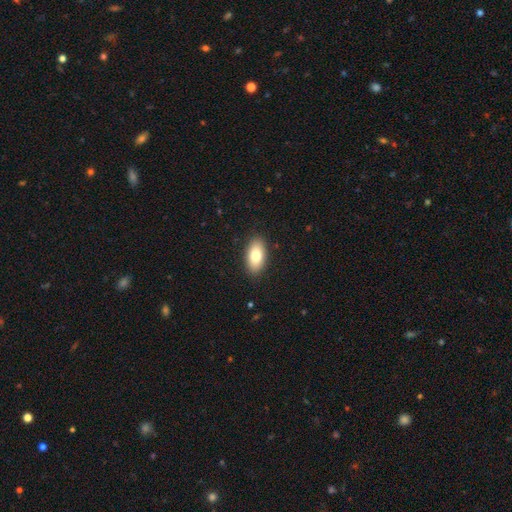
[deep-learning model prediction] This appears to be a smooth galaxy with no disk features (78%) that is in between round and cigar-shaped (92%). Merging: none (89%).